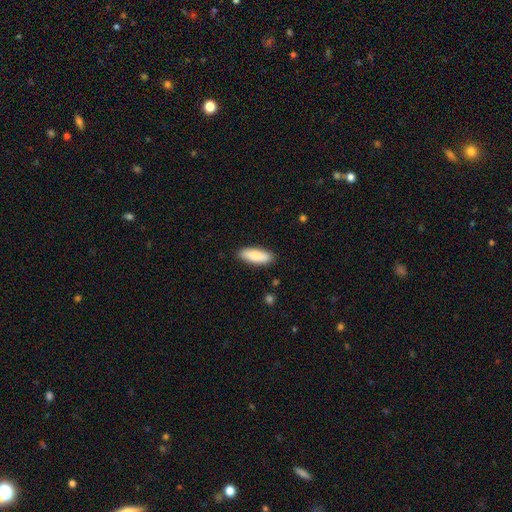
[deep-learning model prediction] A smooth galaxy with no disk features (83%) that is in between round and cigar-shaped (68%). Merging: none (88%).